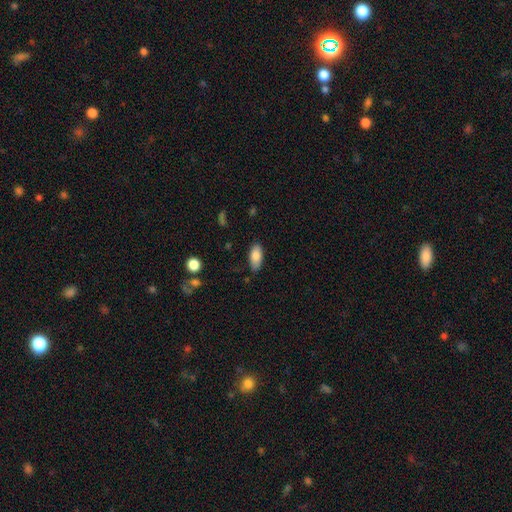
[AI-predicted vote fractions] Morphology: type=smooth (82%); roundness=in between (89%); merging=none (78%).